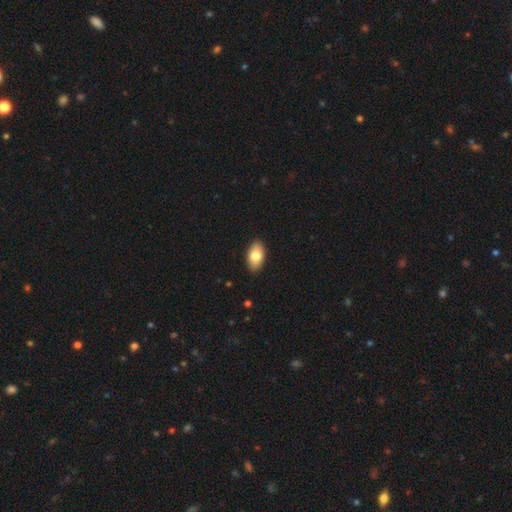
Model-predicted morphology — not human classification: This appears to be a smooth galaxy with no disk features (79%) that is in between round and cigar-shaped (94%). Merging: none (90%).